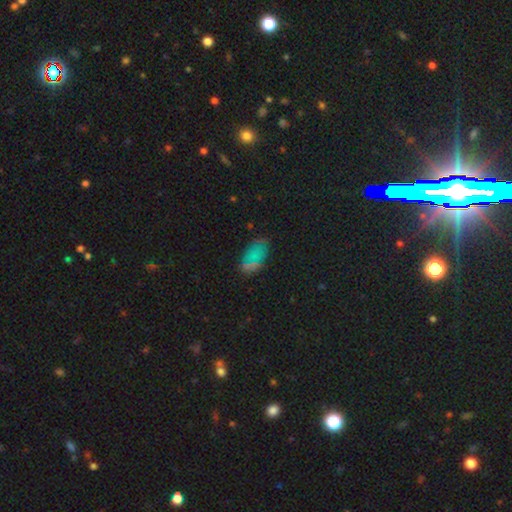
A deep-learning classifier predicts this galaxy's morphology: Smooth or featured: smooth — 58% (star or artifact — 28%)
How rounded: in between — 91% (round — 6%)
Merging: none — 64% (minor disturbance — 22%)